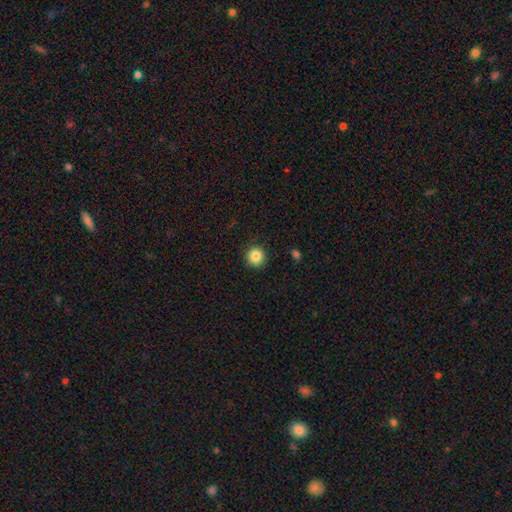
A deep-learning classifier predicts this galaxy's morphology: This appears to be a smooth galaxy with no disk features (85%) that is round (94%). Merging: none (91%).